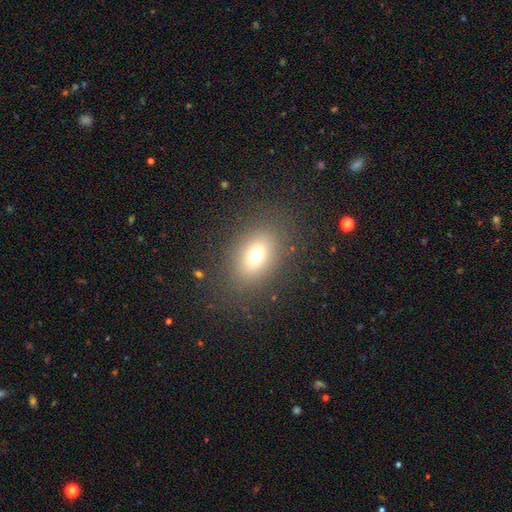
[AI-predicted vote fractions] smooth-or-featured: smooth: 70% | star or artifact: 15% | featured or disk: 15%
  how-rounded: in between: 72% | round: 26% | cigar-shaped: 2%
  merging: none: 83% | minor disturbance: 10% | major disturbance: 6% | merger: 1%